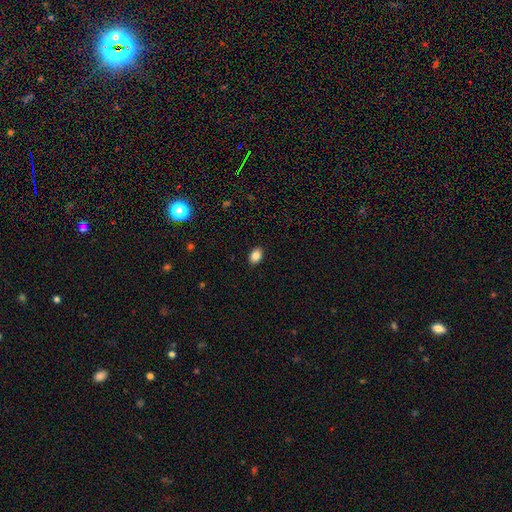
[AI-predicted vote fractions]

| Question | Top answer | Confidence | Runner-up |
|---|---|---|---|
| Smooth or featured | smooth | 86% | star or artifact (9%) |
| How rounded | in between | 79% | round (20%) |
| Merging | none | 90% | minor disturbance (7%) |